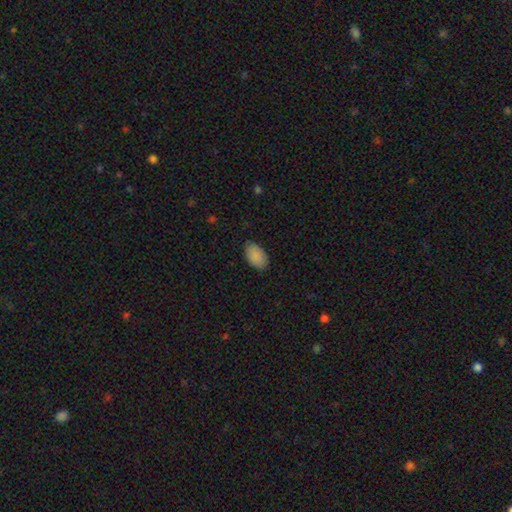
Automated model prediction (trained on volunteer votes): smooth_or_featured: smooth (p=0.89) [alt: star or artifact p=0.06]
how_rounded: in between (p=0.93) [alt: round p=0.06]
merging: none (p=0.83) [alt: minor disturbance p=0.13]